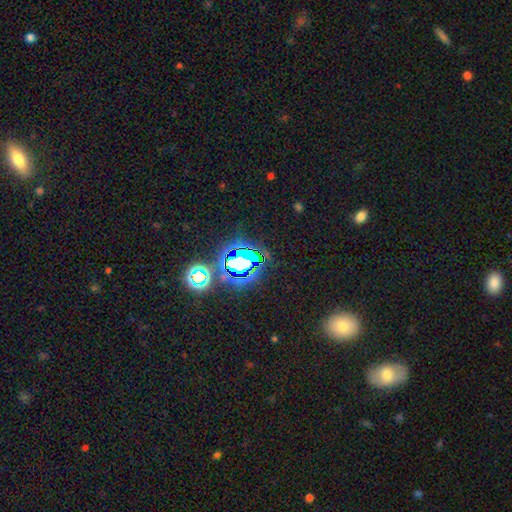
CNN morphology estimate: type=star or artifact (77%).